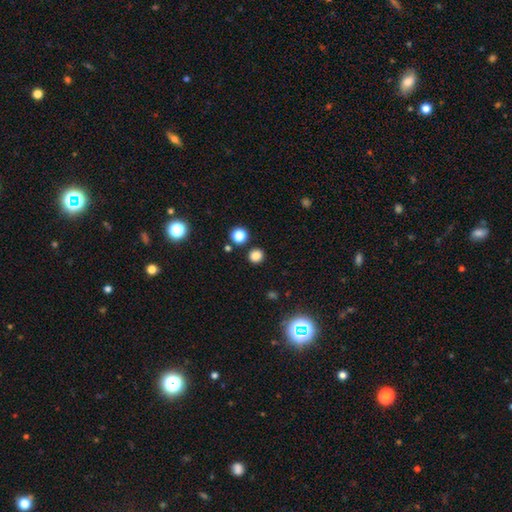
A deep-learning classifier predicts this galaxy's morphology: Smooth or featured? smooth (82%)
How rounded? round (90%)
Merging? none (89%)